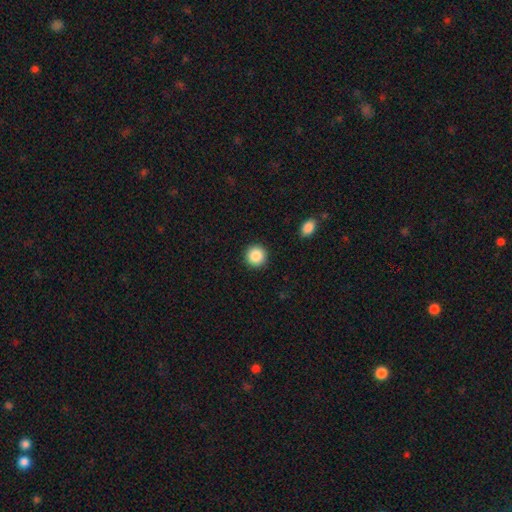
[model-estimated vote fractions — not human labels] Smooth or featured? smooth (87%)
How rounded? round (95%)
Merging? none (92%)